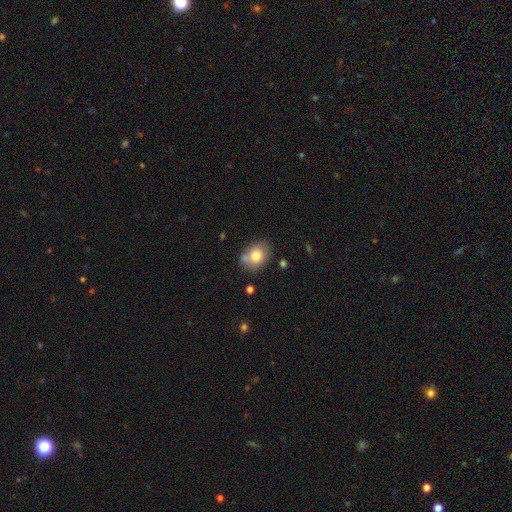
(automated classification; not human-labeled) This is likely a smooth galaxy (79%). How rounded: possibly in between (59%). Merging: possibly none (58%).